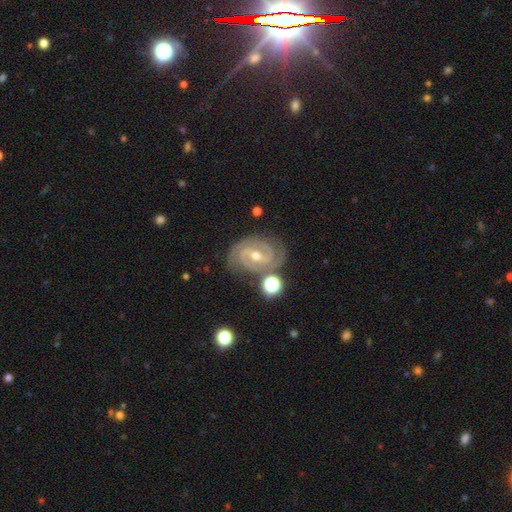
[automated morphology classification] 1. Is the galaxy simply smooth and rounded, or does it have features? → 88% featured or disk, 7% star or artifact, 5% smooth.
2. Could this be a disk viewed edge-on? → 97% no, 3% yes.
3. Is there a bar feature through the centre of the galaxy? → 43% weak, 31% no, 26% strong.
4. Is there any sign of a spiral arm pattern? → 98% yes, 2% no.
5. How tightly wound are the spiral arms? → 70% tight, 26% medium, 4% loose.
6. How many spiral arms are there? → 71% 2, 14% 3, 7% can't tell, 3% 4, 3% 1, 2% more than 4.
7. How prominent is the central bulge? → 52% moderate, 45% small, 1% large, 1% none, 1% dominant.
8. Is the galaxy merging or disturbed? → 77% none, 13% minor disturbance, 5% merger, 4% major disturbance.